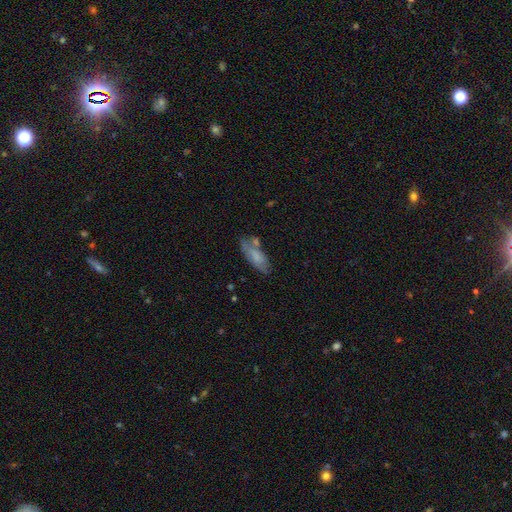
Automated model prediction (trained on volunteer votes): A smooth galaxy with no disk features (65%) that is in between round and cigar-shaped (72%).

Vote fractions:
- Smooth or featured? smooth: 65% / featured or disk: 27% / star or artifact: 7%
- How rounded? in between: 72% / cigar-shaped: 26% / round: 2%
- Merging? none: 55% / minor disturbance: 23% / merger: 13% / major disturbance: 8%